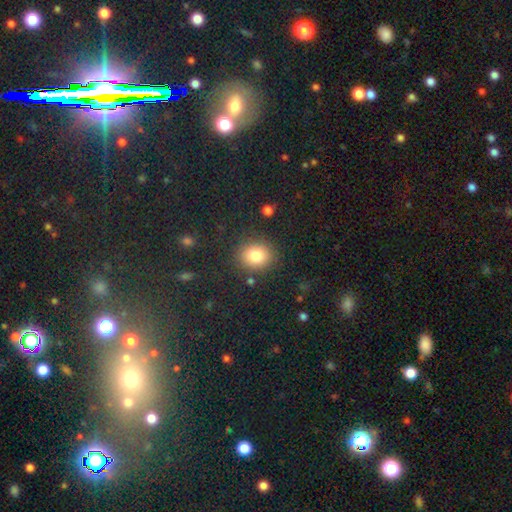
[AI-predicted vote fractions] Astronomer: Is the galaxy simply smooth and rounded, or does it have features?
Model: smooth — 81%.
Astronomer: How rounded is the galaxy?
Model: round — 71%.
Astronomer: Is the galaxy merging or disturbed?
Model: none — 86%.